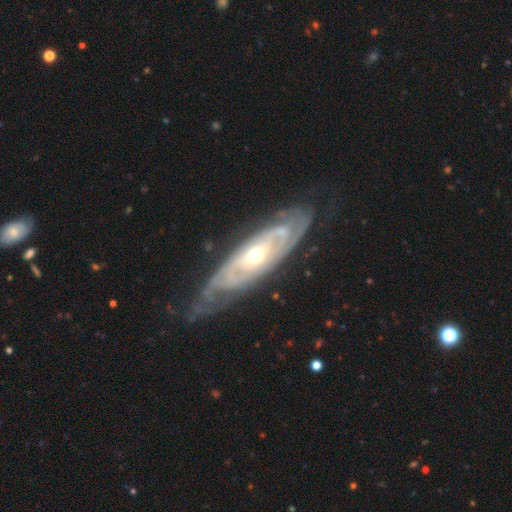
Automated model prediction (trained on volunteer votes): Morphology: type=featured or disk (85%); edge-on=no (81%); bar=no (71%); spiral arms=yes (86%); winding=tight (72%); arm count=can't tell (49%); bulge=moderate (68%); merging=none (67%).